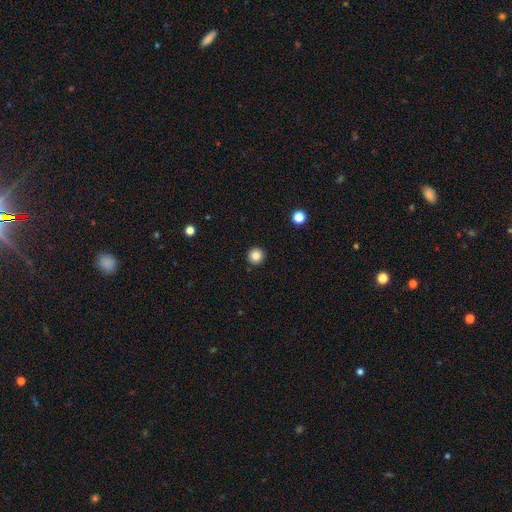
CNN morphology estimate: type=smooth (85%); roundness=round (95%); merging=none (93%).